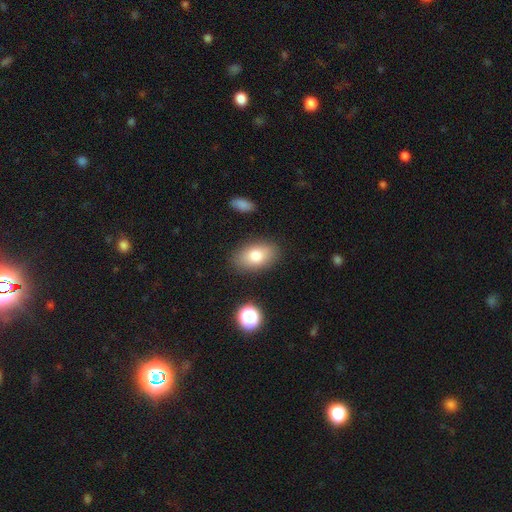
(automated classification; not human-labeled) Q: Smooth or featured?
A: smooth (79%); runner-up: featured or disk (13%)
Q: How rounded?
A: in between (90%); runner-up: round (8%)
Q: Merging?
A: none (84%); runner-up: minor disturbance (11%)